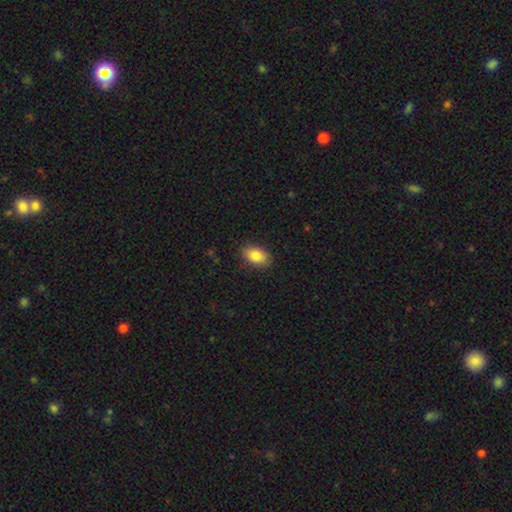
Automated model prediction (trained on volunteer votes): This appears to be a smooth galaxy with no disk features (85%) that is in between round and cigar-shaped (89%). Merging: none (87%).